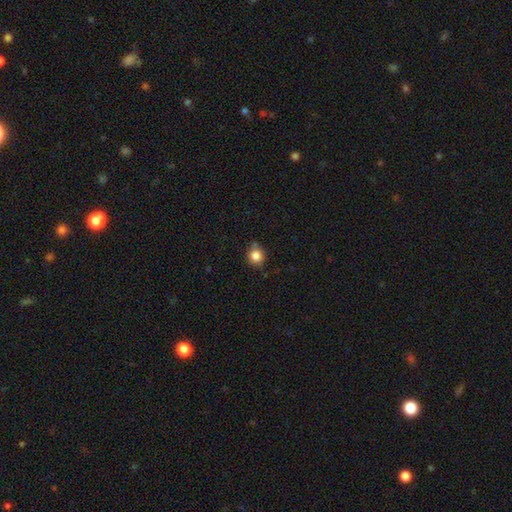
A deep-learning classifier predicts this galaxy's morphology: Smooth or featured? Predicted: smooth (p=0.83). How rounded? Predicted: round (p=0.84). Merging? Predicted: none (p=0.74).